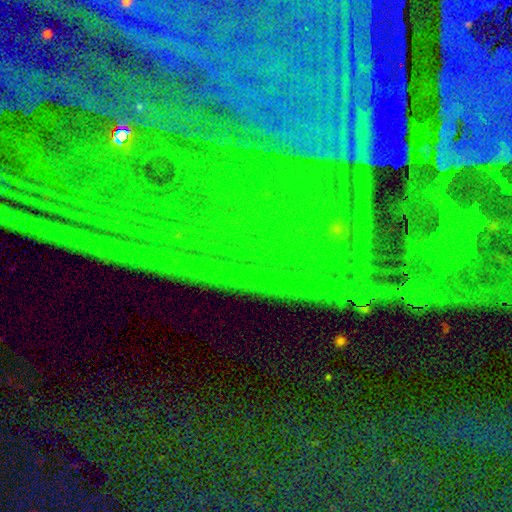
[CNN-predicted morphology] type=star or artifact (88%).